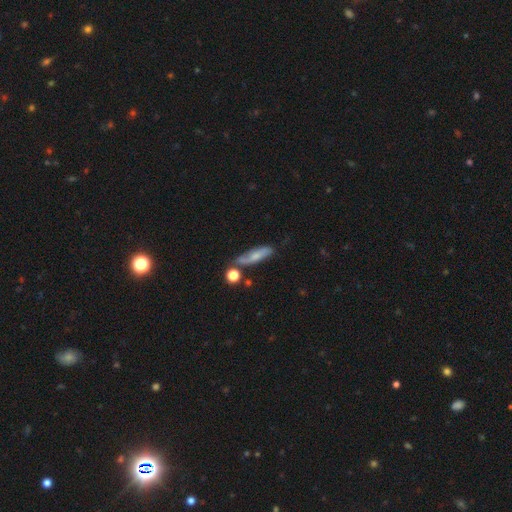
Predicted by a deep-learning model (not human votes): Q: Smooth or featured?
A: smooth (55%); runner-up: featured or disk (36%)
Q: How rounded?
A: cigar-shaped (59%); runner-up: in between (36%)
Q: Merging?
A: none (60%); runner-up: minor disturbance (22%)